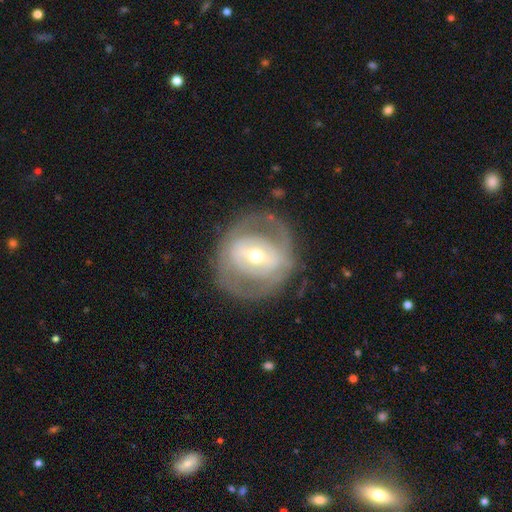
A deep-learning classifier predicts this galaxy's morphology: A featured or disk galaxy (71%) with a strong bar (37%), no spiral arms (59%) and a moderate central bulge (52%). Merging: none (74%).